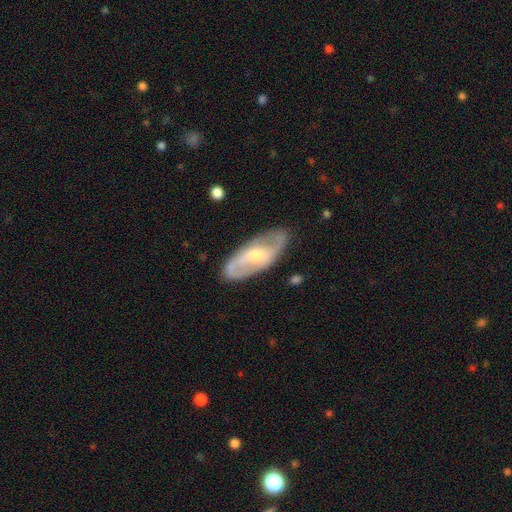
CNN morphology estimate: Smooth or featured? featured or disk (76%)
Edge-on disk? no (89%)
Bar? weak (46%)
Spiral arms? yes (82%)
Spiral winding? medium (46%)
Spiral arm count? 2 (84%)
Bulge size? moderate (62%)
Merging? none (84%)